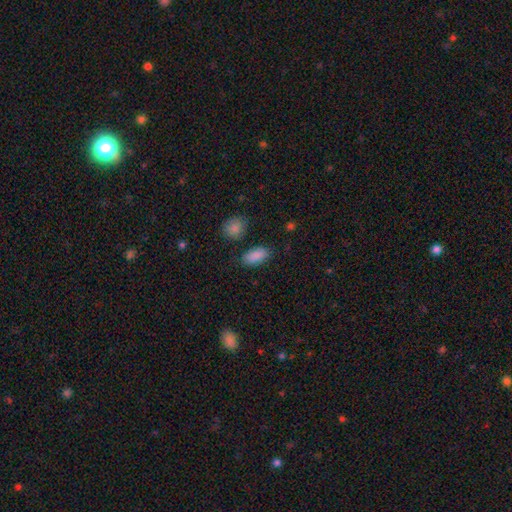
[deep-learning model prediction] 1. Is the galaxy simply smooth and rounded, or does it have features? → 89% smooth, 8% star or artifact, 4% featured or disk.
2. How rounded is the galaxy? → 91% in between, 6% cigar-shaped, 4% round.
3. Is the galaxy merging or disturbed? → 83% none, 11% minor disturbance, 3% merger, 3% major disturbance.